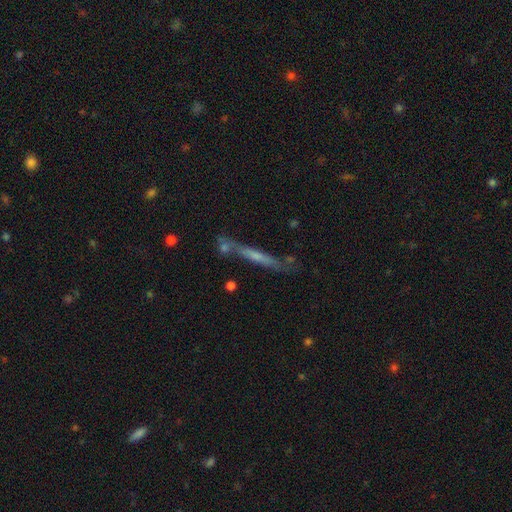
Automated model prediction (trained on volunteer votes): Smooth or featured: featured or disk — 54% (smooth — 37%)
Edge-on disk: yes — 89% (no — 11%)
Merging: none — 69% (minor disturbance — 15%)